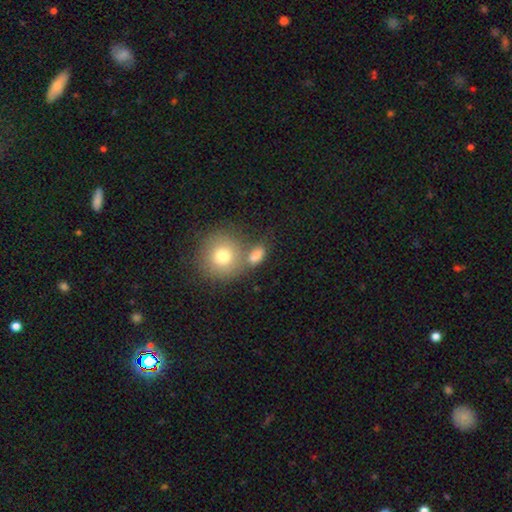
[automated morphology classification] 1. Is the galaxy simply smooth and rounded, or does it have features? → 80% smooth, 11% featured or disk, 10% star or artifact.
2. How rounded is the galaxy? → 59% in between, 37% round, 4% cigar-shaped.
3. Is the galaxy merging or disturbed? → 46% none, 32% merger, 14% minor disturbance, 7% major disturbance.